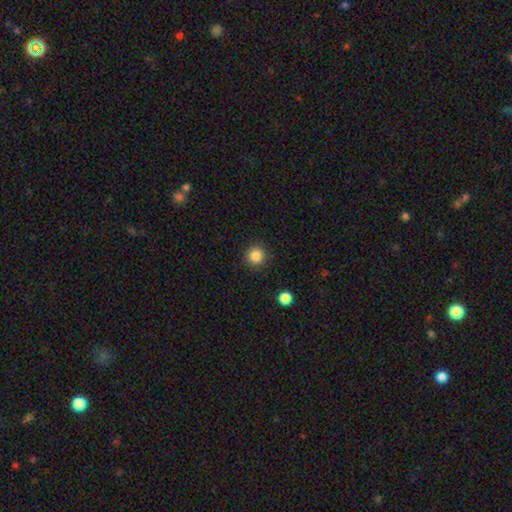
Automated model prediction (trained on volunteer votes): Smooth or featured? Predicted: smooth (p=0.86). How rounded? Predicted: round (p=0.94). Merging? Predicted: none (p=0.90).